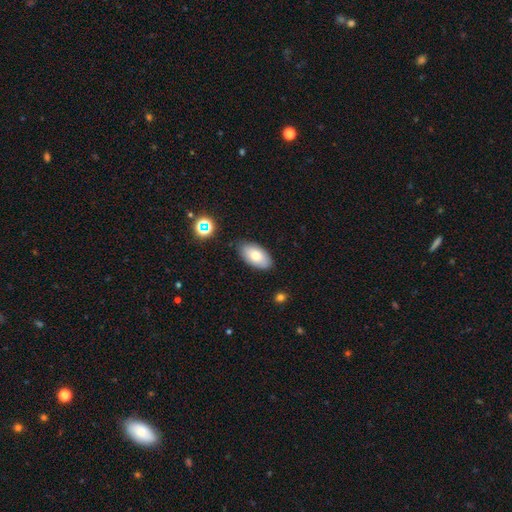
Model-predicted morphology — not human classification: A smooth galaxy with no disk features (76%) that is in between round and cigar-shaped (94%). Merging: none (85%).